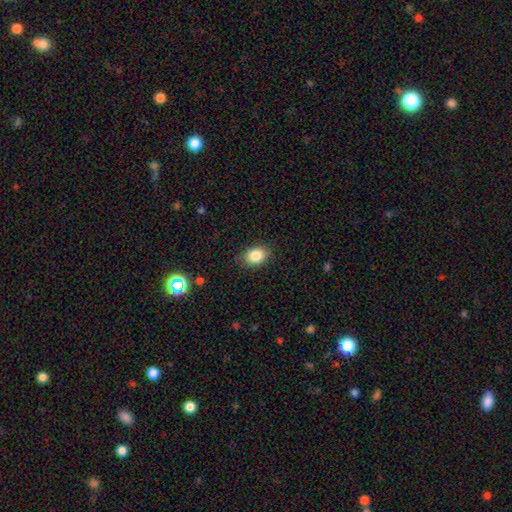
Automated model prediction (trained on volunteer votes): smooth-or-featured: smooth: 85% | star or artifact: 9% | featured or disk: 6%
  how-rounded: in between: 72% | round: 27% | cigar-shaped: 1%
  merging: none: 85% | minor disturbance: 11% | major disturbance: 3% | merger: 1%